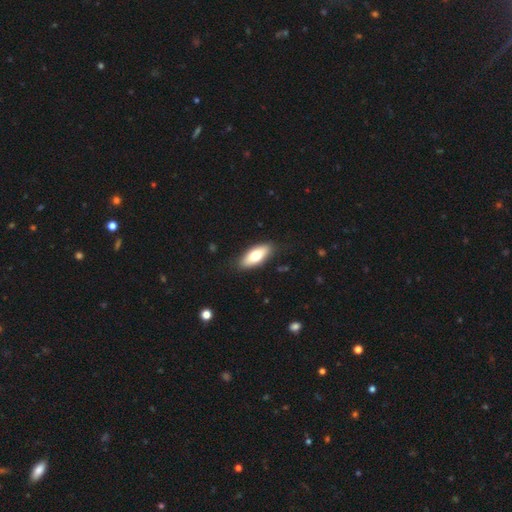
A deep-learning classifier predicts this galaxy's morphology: Smooth or featured? Predicted: smooth (p=0.70). How rounded? Predicted: in between (p=0.79). Merging? Predicted: none (p=0.87).